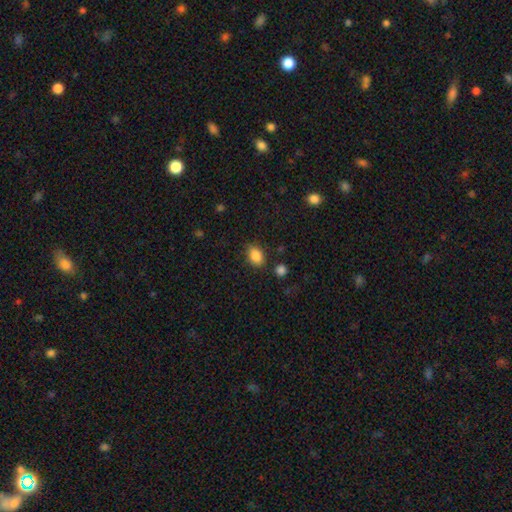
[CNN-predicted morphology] This is clearly a smooth galaxy (87%). How rounded: likely in between (75%). Merging: likely none (79%).